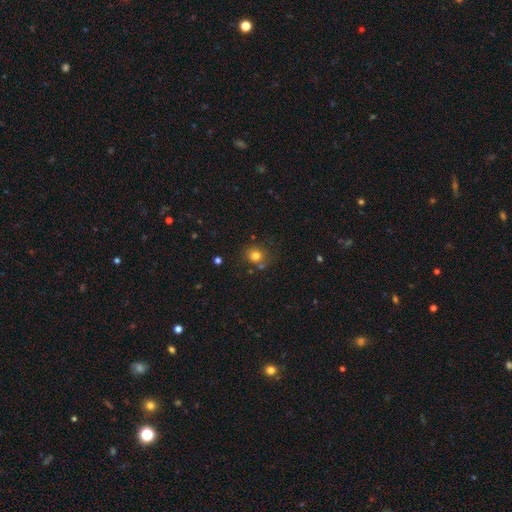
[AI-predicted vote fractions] A smooth galaxy with no disk features (77%) that is round (79%).

Vote fractions:
- Smooth or featured? smooth: 77% / star or artifact: 14% / featured or disk: 8%
- How rounded? round: 79% / in between: 20% / cigar-shaped: 1%
- Merging? none: 73% / minor disturbance: 14% / merger: 9% / major disturbance: 4%